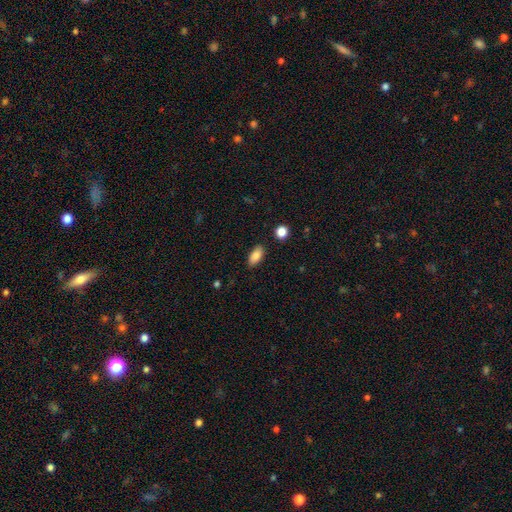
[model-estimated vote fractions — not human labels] Smooth or featured? smooth (85%)
How rounded? in between (90%)
Merging? none (87%)